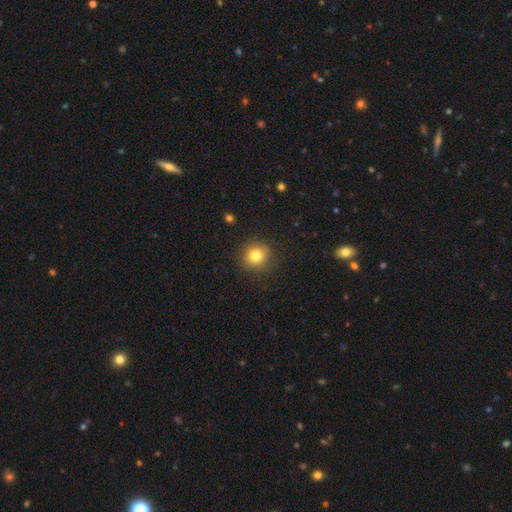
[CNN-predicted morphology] This appears to be a smooth galaxy with no disk features (80%) that is round (89%). Merging: none (87%).